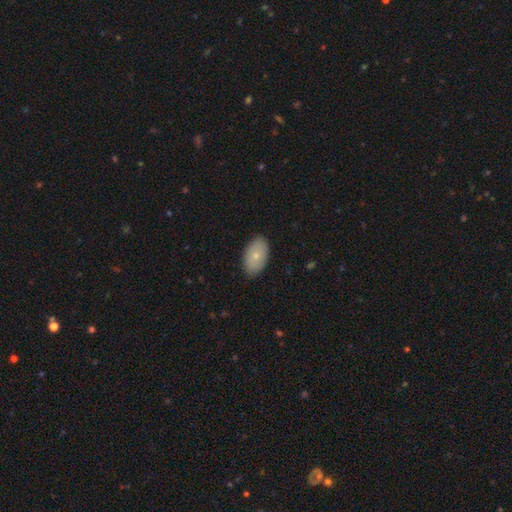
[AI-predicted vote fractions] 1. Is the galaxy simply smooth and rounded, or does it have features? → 76% smooth, 18% featured or disk, 6% star or artifact.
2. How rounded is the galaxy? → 93% in between, 5% round, 1% cigar-shaped.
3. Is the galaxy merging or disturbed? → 87% none, 10% minor disturbance, 2% major disturbance, 1% merger.